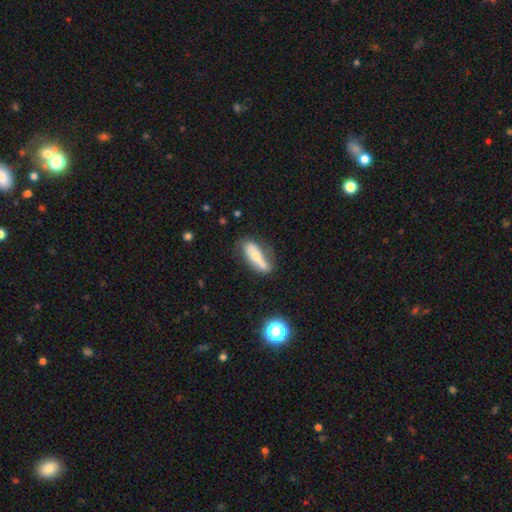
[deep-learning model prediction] smooth 48%, featured or disk 45%, star or artifact 7%. Down the decision tree: merging — none (55%).